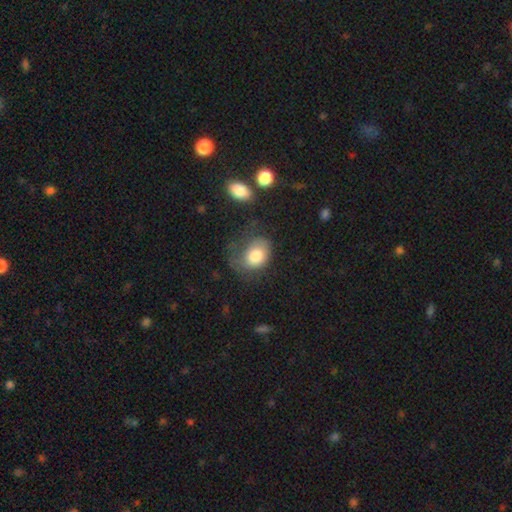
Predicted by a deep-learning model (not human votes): smooth 76%, featured or disk 16%, star or artifact 8%. Down the decision tree: how rounded — in between (62%); merging — none (37%).